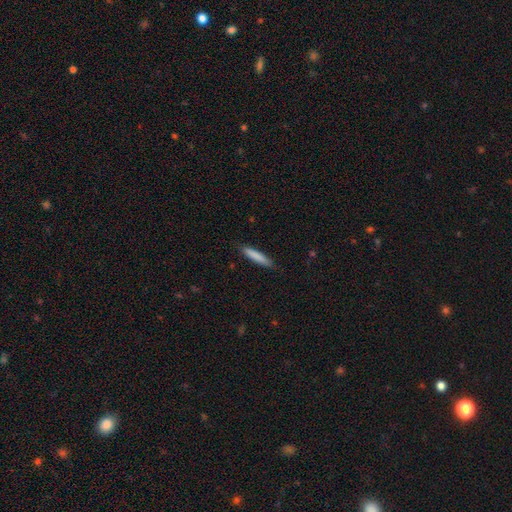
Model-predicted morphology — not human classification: Smooth or featured: smooth — 83% (featured or disk — 11%)
How rounded: cigar-shaped — 89% (in between — 10%)
Merging: none — 87% (minor disturbance — 10%)